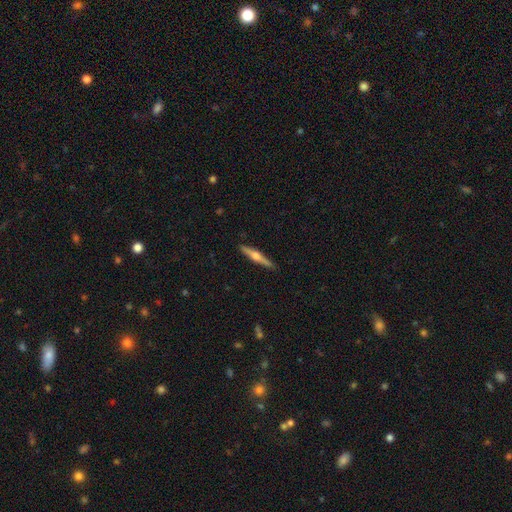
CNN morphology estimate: This is likely a featured or disk galaxy (69%). It is clearly viewed edge-on (98%). Edge-on bulge: clearly rounded (89%). Merging: clearly none (91%).